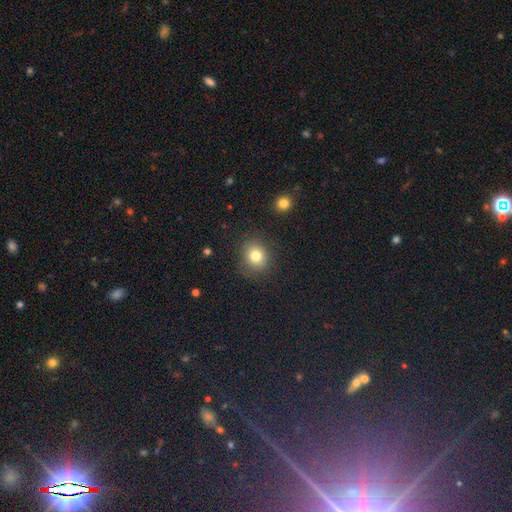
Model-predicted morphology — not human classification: smooth-or-featured: smooth: 80% | star or artifact: 12% | featured or disk: 8%
  how-rounded: round: 74% | in between: 25% | cigar-shaped: 1%
  merging: none: 85% | minor disturbance: 10% | major disturbance: 4% | merger: 2%